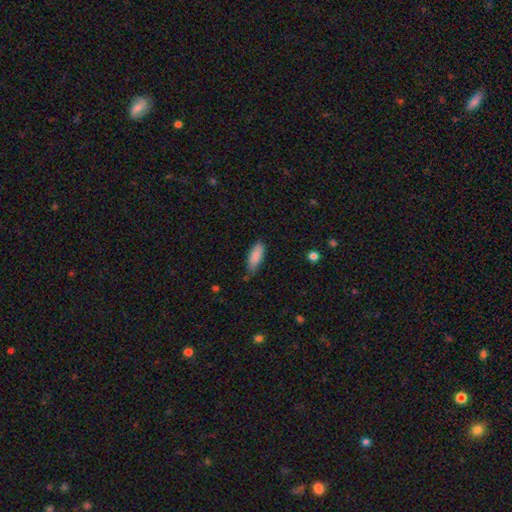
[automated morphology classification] Overall: smooth (87%). How rounded: in between (69%; cigar-shaped 29%). Merging: none (62%; minor disturbance 31%).